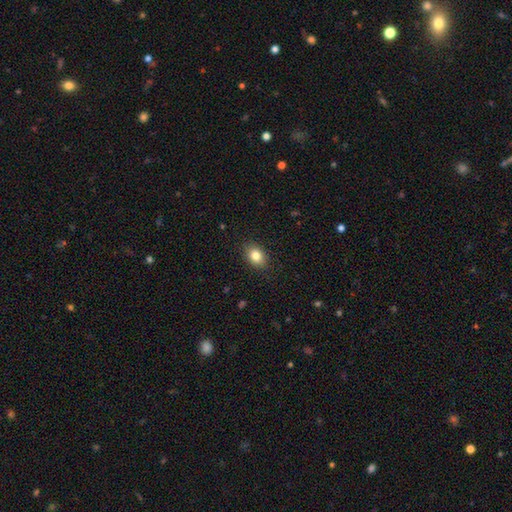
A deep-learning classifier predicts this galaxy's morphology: A smooth galaxy with no disk features (83%) that is in between round and cigar-shaped (70%).

Vote fractions:
- Smooth or featured? smooth: 83% / star or artifact: 9% / featured or disk: 7%
- How rounded? in between: 70% / round: 29% / cigar-shaped: 1%
- Merging? none: 87% / minor disturbance: 9% / major disturbance: 2% / merger: 1%